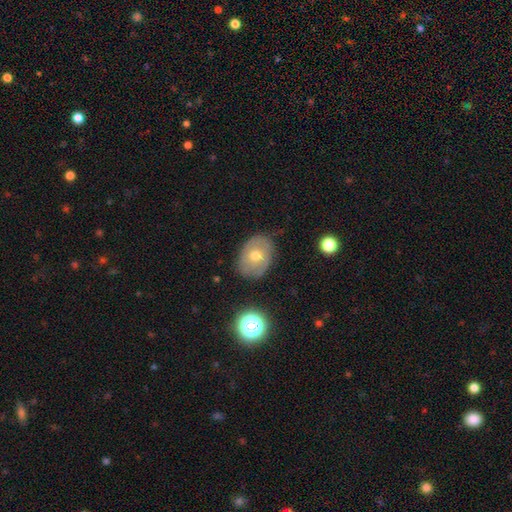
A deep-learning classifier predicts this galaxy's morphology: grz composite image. It shows a smooth galaxy with no disk features (50%). Merging: none (72%).